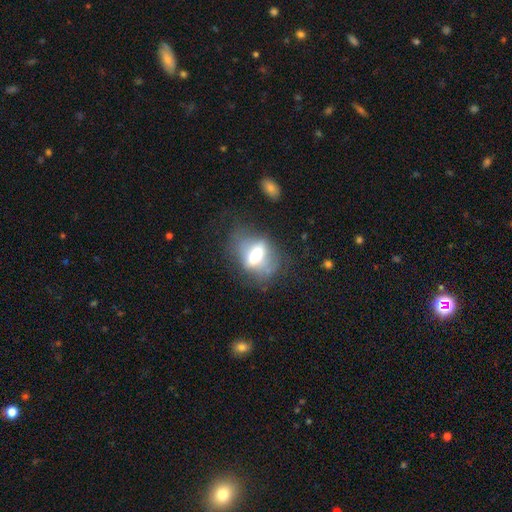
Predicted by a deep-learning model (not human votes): Morphology: type=smooth (48%); merging=none (49%).